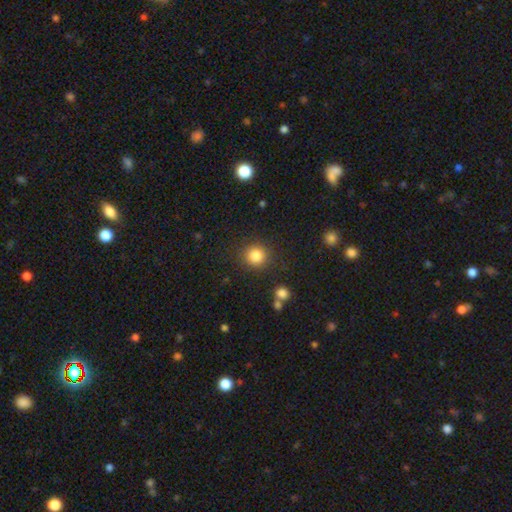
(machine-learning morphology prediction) smooth 84%, star or artifact 11%, featured or disk 5%. Down the decision tree: how rounded — round (92%); merging — none (87%).